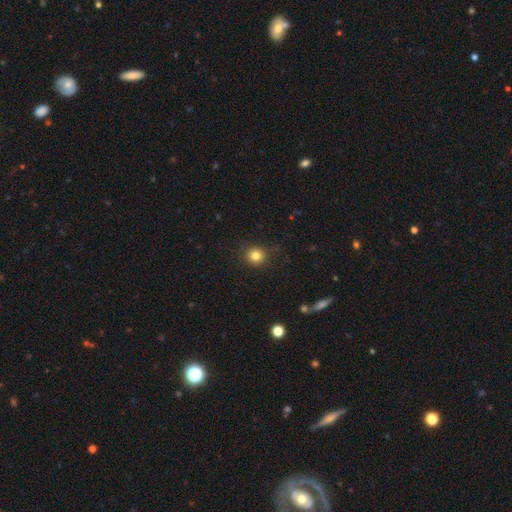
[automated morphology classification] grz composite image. It shows a smooth galaxy with no disk features (82%) that is round (92%). Merging: none (88%).